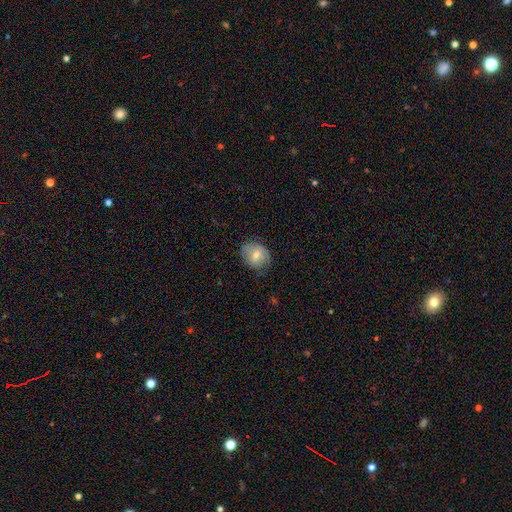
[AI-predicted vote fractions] Q: Smooth or featured?
A: smooth (53%); runner-up: featured or disk (37%)
Q: How rounded?
A: round (67%); runner-up: in between (32%)
Q: Merging?
A: none (73%); runner-up: minor disturbance (20%)